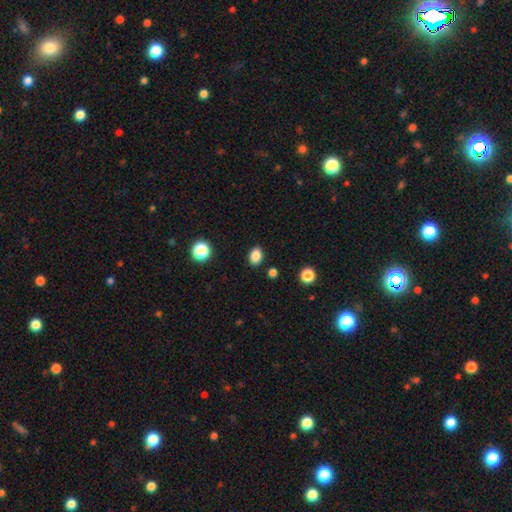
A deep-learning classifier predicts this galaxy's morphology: smooth 86%, star or artifact 10%, featured or disk 4%. Down the decision tree: how rounded — in between (76%); merging — none (87%).